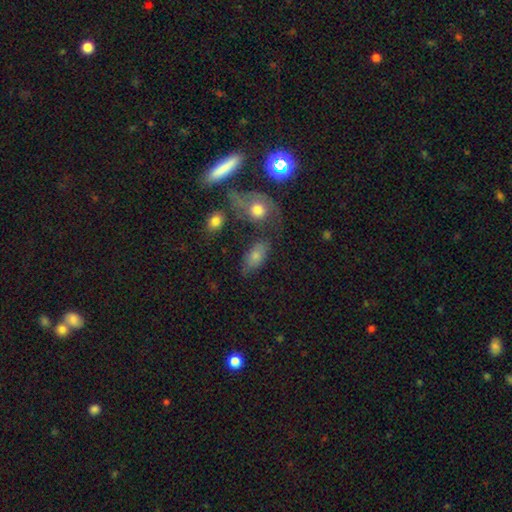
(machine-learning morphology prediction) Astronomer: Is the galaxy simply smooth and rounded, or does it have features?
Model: smooth — 68%.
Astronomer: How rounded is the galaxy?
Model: in between — 87%.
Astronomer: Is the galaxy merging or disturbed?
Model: none — 53%.